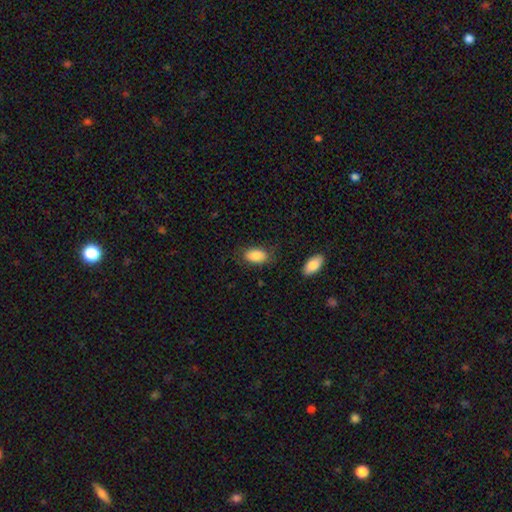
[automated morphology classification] smooth 86%, featured or disk 8%, star or artifact 7%. Down the decision tree: how rounded — in between (93%); merging — none (75%).